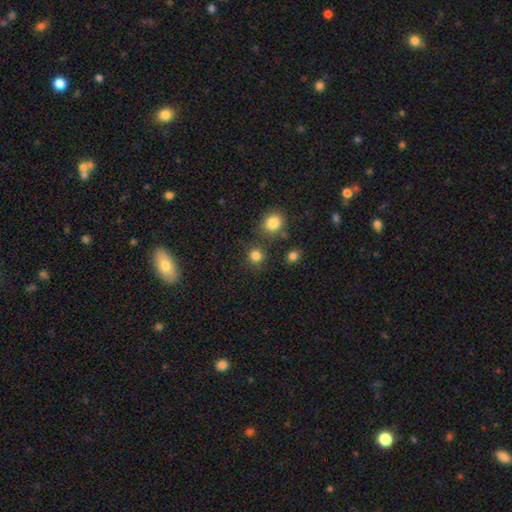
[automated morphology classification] Overall: smooth (82%). How rounded: round (91%). Merging: none (80%).